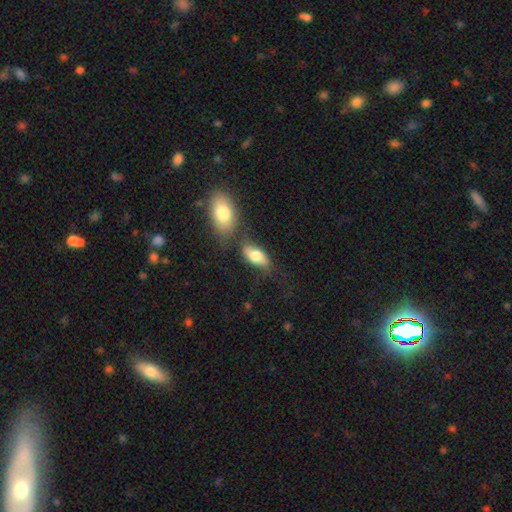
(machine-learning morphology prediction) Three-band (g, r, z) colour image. It shows a smooth galaxy with no disk features (70%) that is in between round and cigar-shaped (88%). Merging: none (51%).